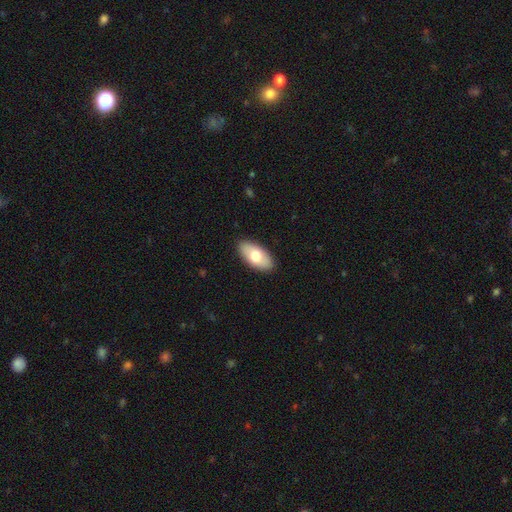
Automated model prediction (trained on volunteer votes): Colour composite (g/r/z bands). It shows a smooth galaxy with no disk features (70%) that is in between round and cigar-shaped (94%). Merging: none (89%).